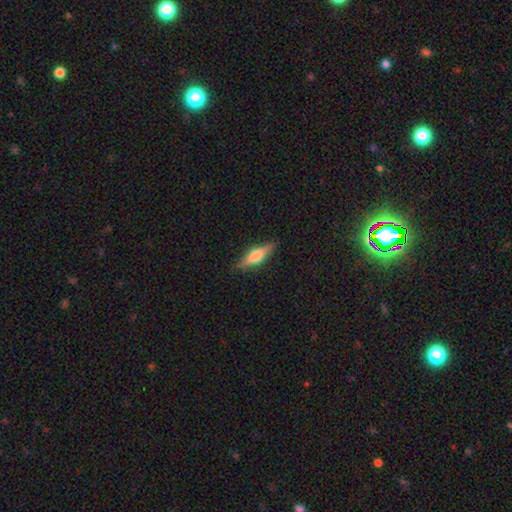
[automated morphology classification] featured or disk 50%, smooth 42%, star or artifact 7%. Down the decision tree: edge-on disk — yes (95%); merging — none (87%).